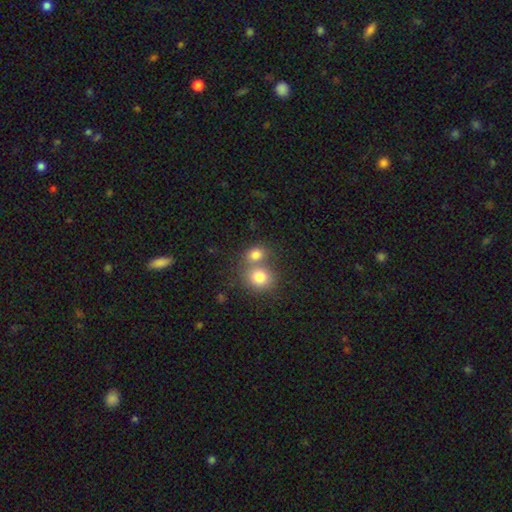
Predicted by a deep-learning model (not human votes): Smooth or featured?
  - smooth: 79% *
  - star or artifact: 11%
  - featured or disk: 10%
How rounded?
  - round: 67% *
  - in between: 32%
  - cigar-shaped: 1%
Merging?
  - merger: 50% *
  - none: 40%
  - minor disturbance: 7%
  - major disturbance: 3%